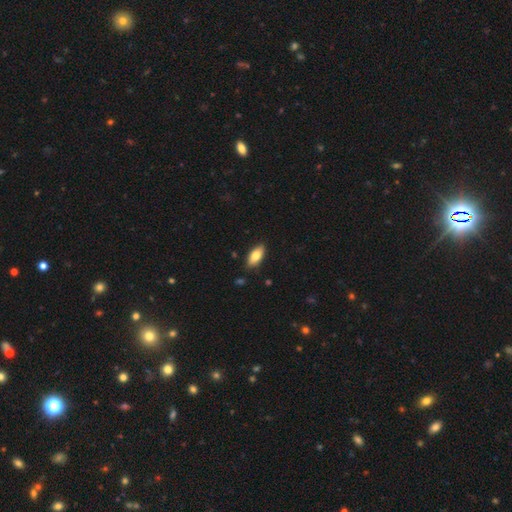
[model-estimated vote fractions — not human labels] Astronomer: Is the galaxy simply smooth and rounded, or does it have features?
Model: smooth — 80%.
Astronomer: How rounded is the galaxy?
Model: in between — 89%.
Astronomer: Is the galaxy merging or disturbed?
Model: none — 87%.